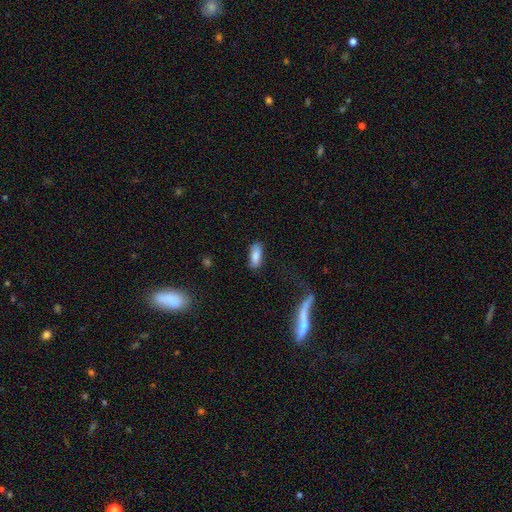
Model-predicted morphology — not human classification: Smooth or featured? smooth (83%)
How rounded? in between (78%)
Merging? none (77%)